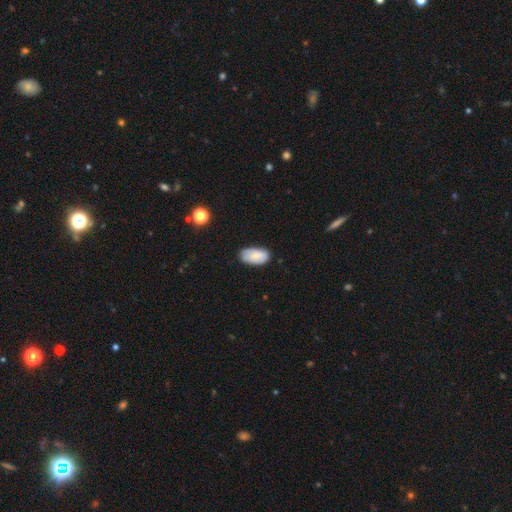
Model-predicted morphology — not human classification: Smooth or featured: smooth — 83% (featured or disk — 10%)
How rounded: in between — 95% (round — 3%)
Merging: none — 77% (minor disturbance — 19%)